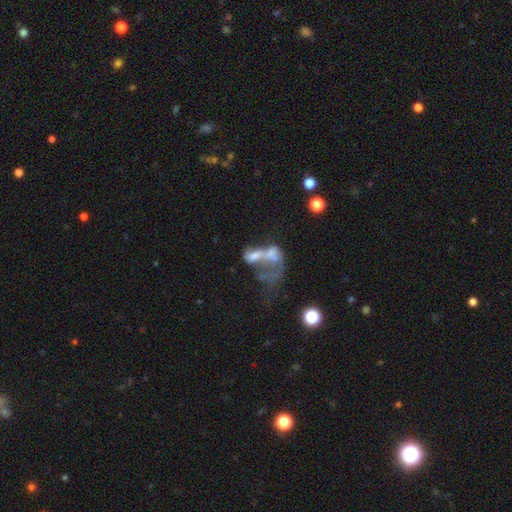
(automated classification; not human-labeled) Smooth or featured?
  - featured or disk: 50% *
  - smooth: 34%
  - star or artifact: 16%
Merging?
  - merger: 60% *
  - major disturbance: 25%
  - none: 9%
  - minor disturbance: 5%